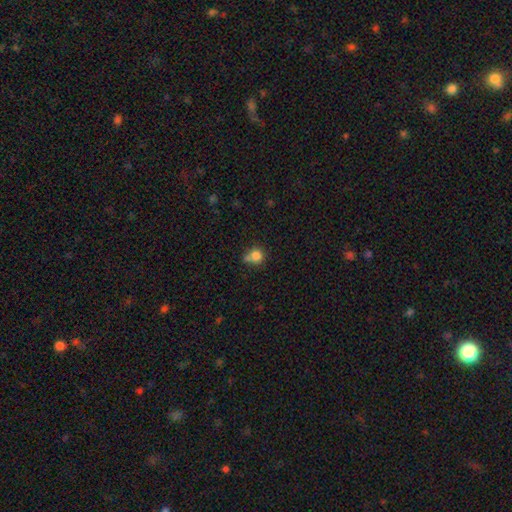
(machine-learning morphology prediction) A smooth galaxy with no disk features (80%) that is round (86%). Merging: none (51%).